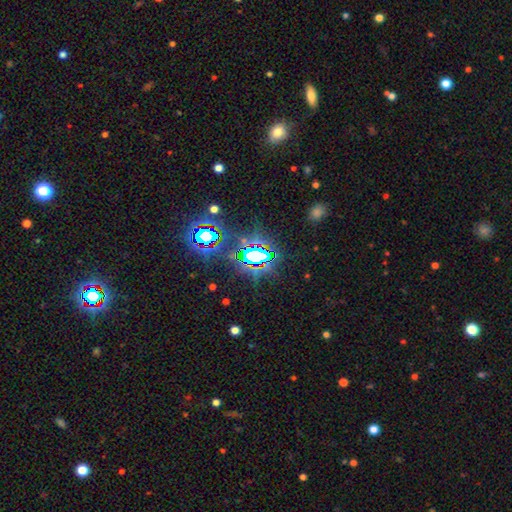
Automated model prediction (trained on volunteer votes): smooth_or_featured: star or artifact (p=0.72) [alt: smooth p=0.16]